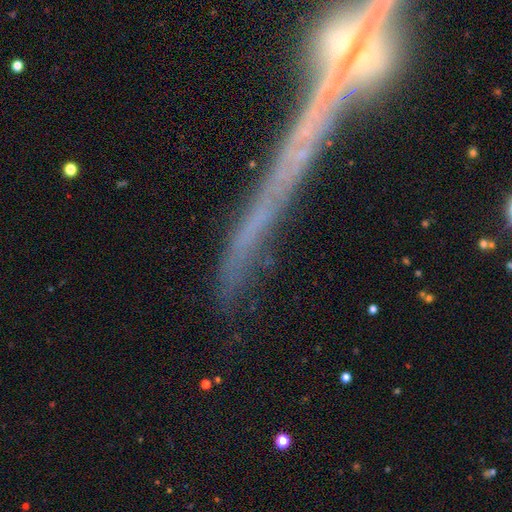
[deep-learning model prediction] Smooth or featured? Predicted: featured or disk (p=0.48). Merging? Predicted: none (p=0.71).